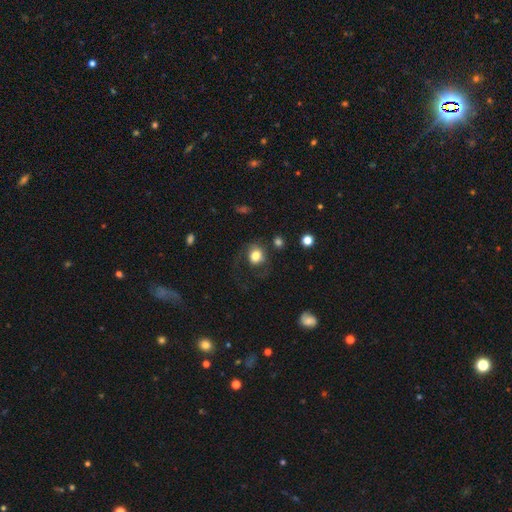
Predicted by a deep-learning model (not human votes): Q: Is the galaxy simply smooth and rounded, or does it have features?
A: smooth — 75%.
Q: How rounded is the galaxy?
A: round — 66%.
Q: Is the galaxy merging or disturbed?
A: none — 48%.